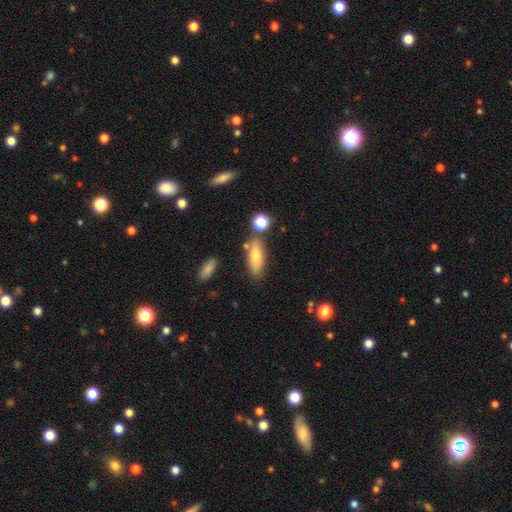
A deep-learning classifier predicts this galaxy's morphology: Smooth or featured: smooth — 68% (featured or disk — 23%)
How rounded: in between — 64% (cigar-shaped — 32%)
Merging: none — 73% (minor disturbance — 14%)